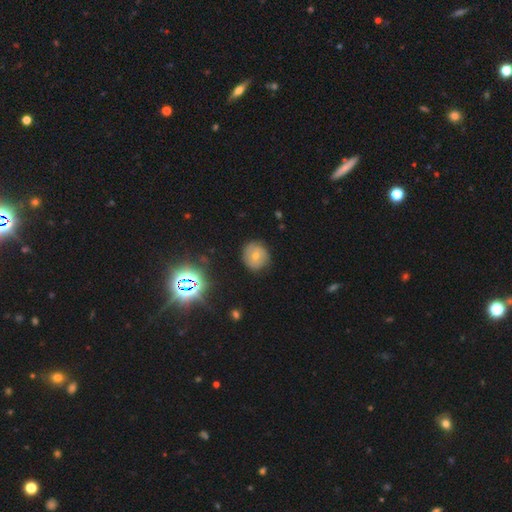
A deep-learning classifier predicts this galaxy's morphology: This appears to be a smooth galaxy with no disk features (54%) that is round (89%). Merging: none (81%).